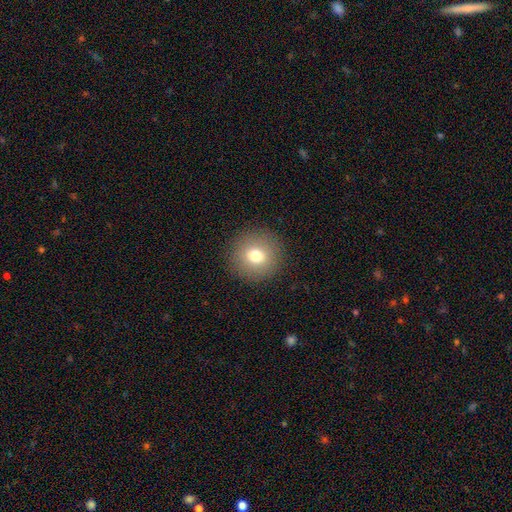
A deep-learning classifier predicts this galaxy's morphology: A smooth galaxy with no disk features (75%) that is round (94%).

Vote fractions:
- Smooth or featured? smooth: 75% / featured or disk: 13% / star or artifact: 12%
- How rounded? round: 94% / in between: 5% / cigar-shaped: 1%
- Merging? none: 91% / minor disturbance: 5% / major disturbance: 2% / merger: 1%